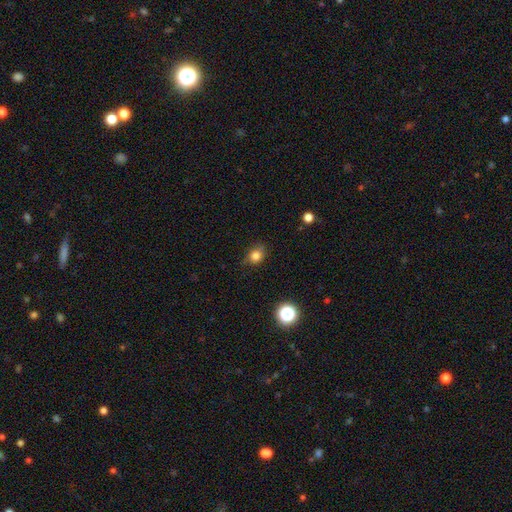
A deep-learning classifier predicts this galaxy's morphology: A smooth galaxy with no disk features (81%) that is round (63%).

Vote fractions:
- Smooth or featured? smooth: 81% / star or artifact: 13% / featured or disk: 6%
- How rounded? round: 63% / in between: 36% / cigar-shaped: 1%
- Merging? none: 76% / minor disturbance: 19% / major disturbance: 4% / merger: 1%